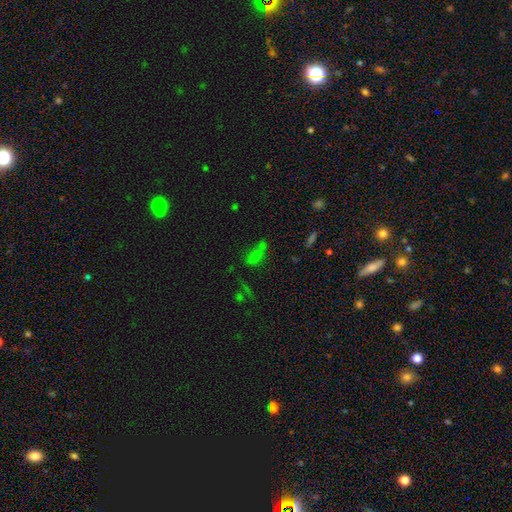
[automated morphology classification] Smooth or featured?
  - smooth: 52% *
  - star or artifact: 36%
  - featured or disk: 12%
How rounded?
  - in between: 71% *
  - cigar-shaped: 19%
  - round: 10%
Merging?
  - none: 47% *
  - minor disturbance: 20%
  - merger: 17%
  - major disturbance: 16%